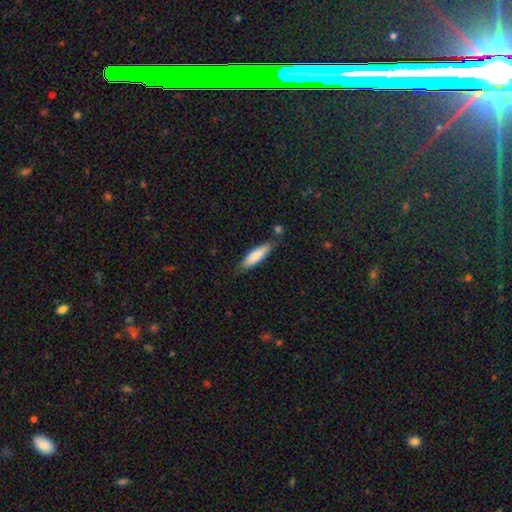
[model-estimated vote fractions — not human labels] A smooth galaxy with no disk features (81%) that is cigar-shaped (65%). Merging: none (76%).